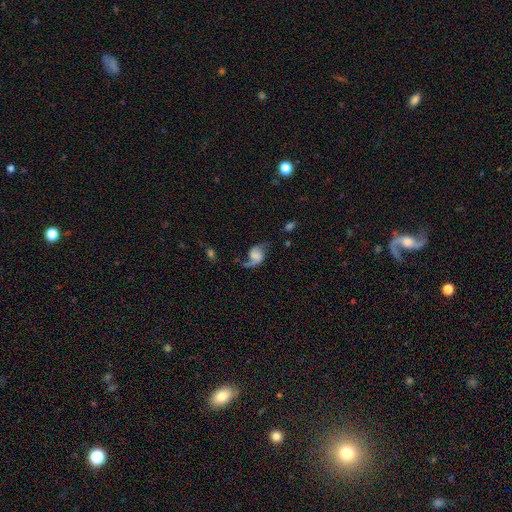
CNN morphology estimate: smooth-or-featured: featured or disk: 74% | smooth: 18% | star or artifact: 8%
  disk-edge-on: no: 97% | yes: 3%
    bar: no: 52% | weak: 36% | strong: 12%
    has-spiral-arms: yes: 93% | no: 7%
      spiral-winding: loose: 70% | medium: 24% | tight: 6%
      spiral-arm-count: 2: 77% | 1: 18% | can't tell: 2% | 3: 1% | 4: 1% | more than 4: 1%
    bulge-size: none: 48% | small: 17% | large: 16% | moderate: 13% | dominant: 7%
  merging: none: 50% | minor disturbance: 22% | major disturbance: 22% | merger: 5%